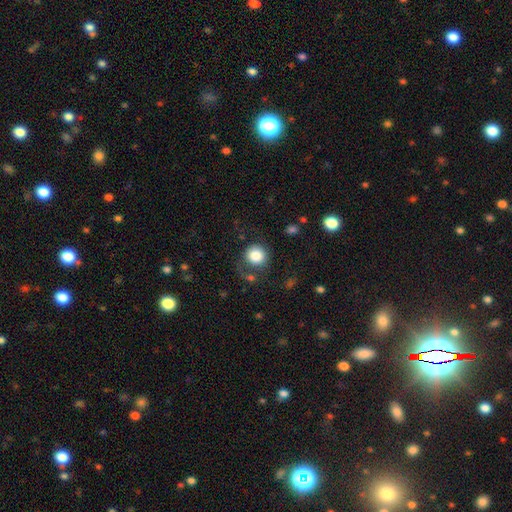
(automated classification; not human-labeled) The model was most divided on "merging": none: 67%, minor disturbance: 16%, major disturbance: 13%, merger: 4%. More confident: how rounded — round (90%); smooth or featured — smooth (83%).